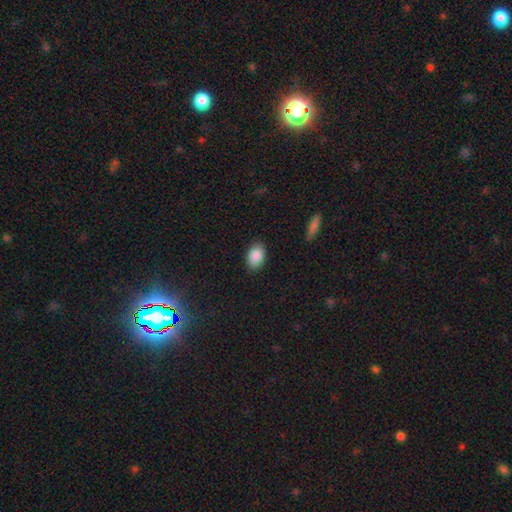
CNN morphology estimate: type=smooth (88%); roundness=in between (89%); merging=none (88%).